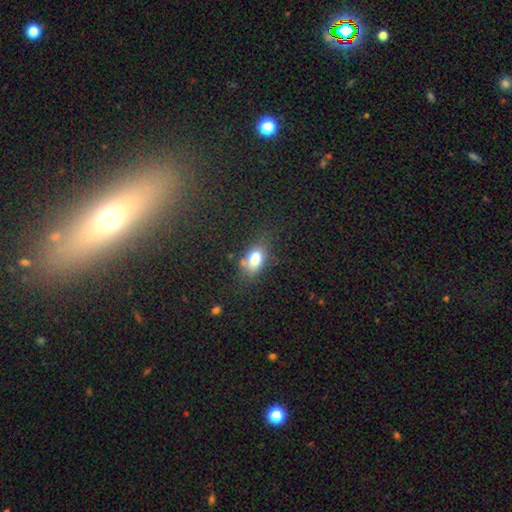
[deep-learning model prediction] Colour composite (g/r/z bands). It shows a smooth galaxy with no disk features (78%) that is in between round and cigar-shaped (83%). Merging: none (60%).